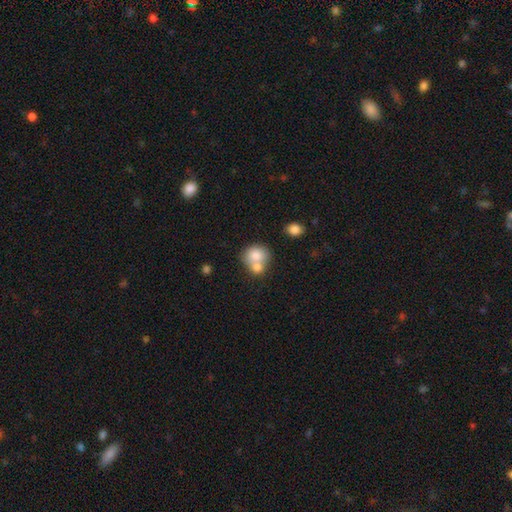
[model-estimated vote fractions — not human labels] smooth_or_featured: smooth (p=0.76) [alt: featured or disk p=0.15]
how_rounded: round (p=0.73) [alt: in between p=0.26]
merging: merger (p=0.57) [alt: none p=0.32]